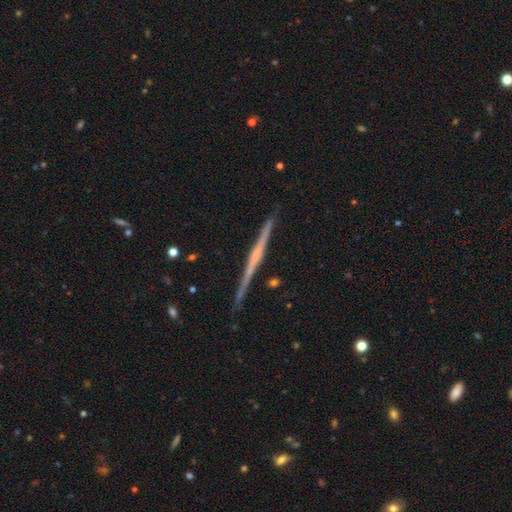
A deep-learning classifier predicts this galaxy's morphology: smooth-or-featured: featured or disk: 76% | smooth: 19% | star or artifact: 5%
  disk-edge-on: yes: 98% | no: 2%
    edge-on-bulge: none: 61% | rounded: 26% | boxy: 14%
  merging: none: 90% | minor disturbance: 8% | major disturbance: 1% | merger: 1%